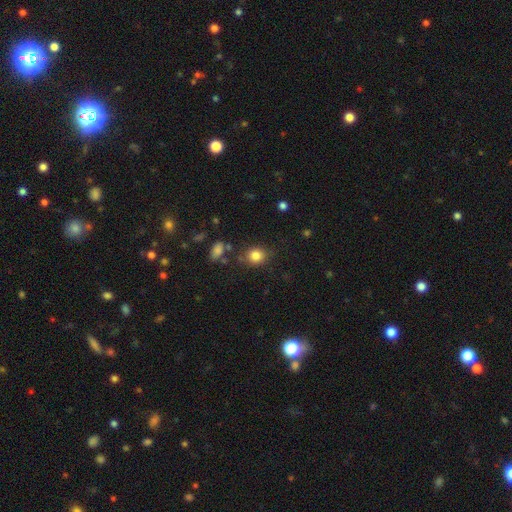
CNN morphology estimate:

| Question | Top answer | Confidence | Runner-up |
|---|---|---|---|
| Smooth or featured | smooth | 83% | star or artifact (11%) |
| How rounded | round | 76% | in between (23%) |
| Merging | none | 80% | minor disturbance (12%) |